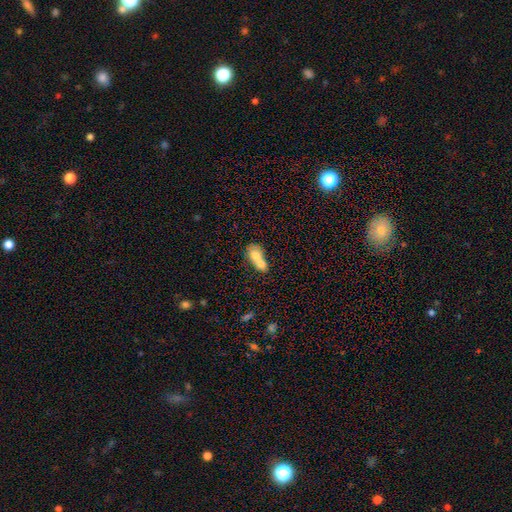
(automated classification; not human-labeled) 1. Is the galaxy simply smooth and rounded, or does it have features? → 69% smooth, 23% featured or disk, 8% star or artifact.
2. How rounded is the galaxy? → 61% in between, 36% round, 3% cigar-shaped.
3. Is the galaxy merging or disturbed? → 77% merger, 14% none, 5% minor disturbance, 3% major disturbance.